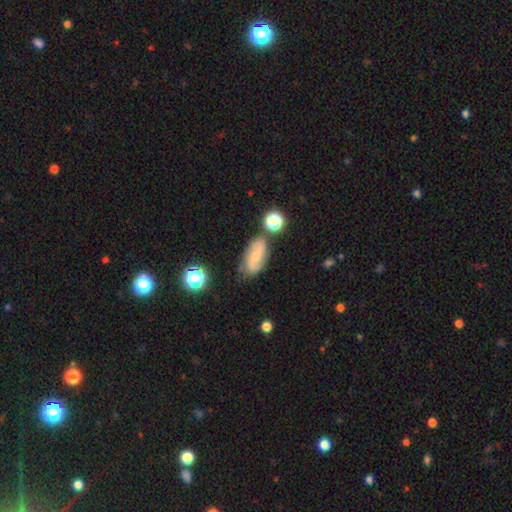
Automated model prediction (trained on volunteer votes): featured or disk 52%, smooth 38%, star or artifact 10%. Down the decision tree: edge-on disk — no (92%); merging — none (66%).